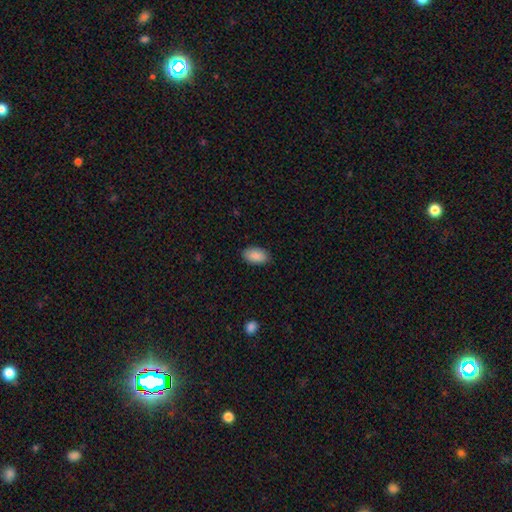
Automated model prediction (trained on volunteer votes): Smooth or featured: smooth — 90% (star or artifact — 7%)
How rounded: in between — 94% (round — 4%)
Merging: none — 88% (minor disturbance — 9%)